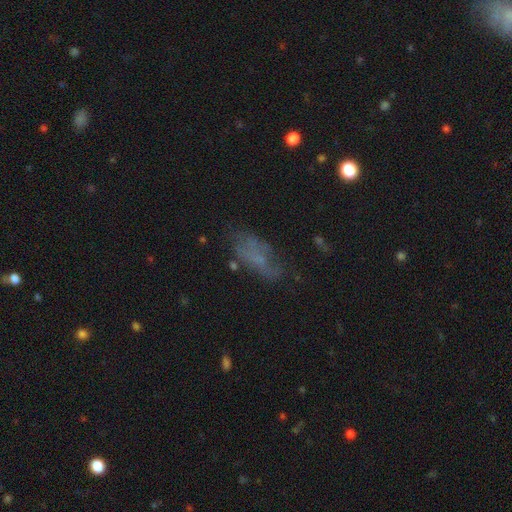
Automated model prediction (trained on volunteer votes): A smooth galaxy with no disk features (45%). Merging: none (53%).